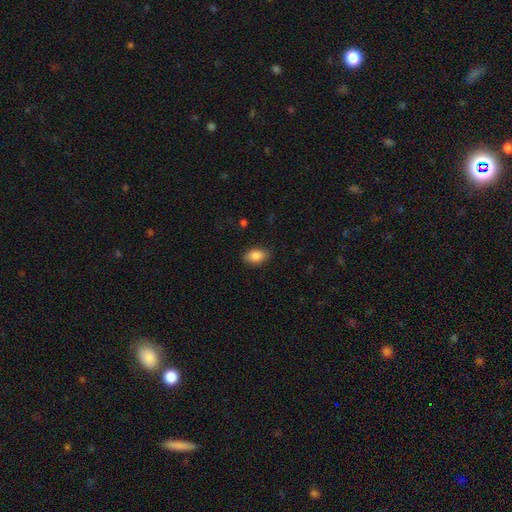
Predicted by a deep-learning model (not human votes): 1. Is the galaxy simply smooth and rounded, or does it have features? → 86% smooth, 7% star or artifact, 6% featured or disk.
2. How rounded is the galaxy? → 88% in between, 10% round, 2% cigar-shaped.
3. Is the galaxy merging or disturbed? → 86% none, 11% minor disturbance, 3% major disturbance, 1% merger.